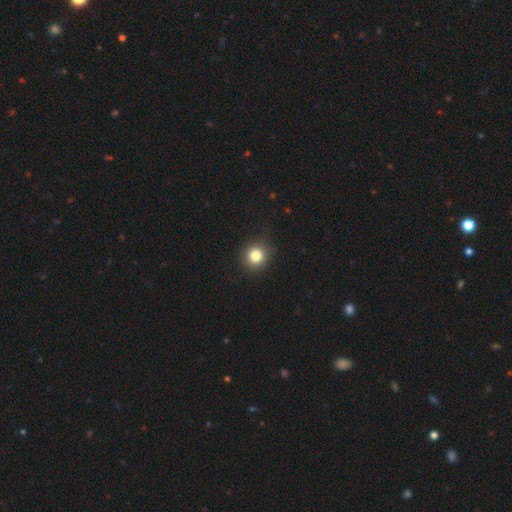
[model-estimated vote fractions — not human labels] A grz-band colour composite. It shows a smooth galaxy with no disk features (83%) that is round (91%). Merging: none (91%).